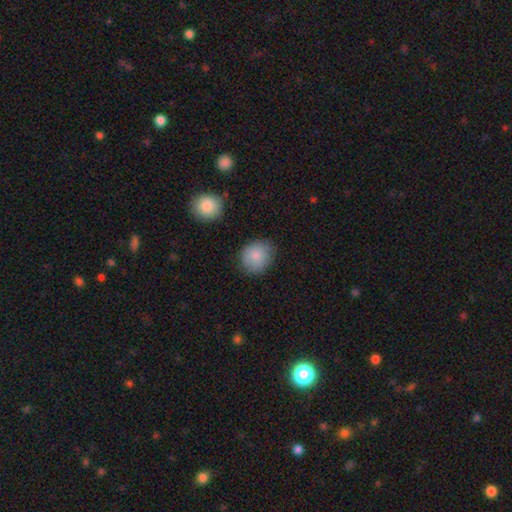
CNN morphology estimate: smooth 85%, featured or disk 8%, star or artifact 7%. Down the decision tree: how rounded — round (71%); merging — none (79%).